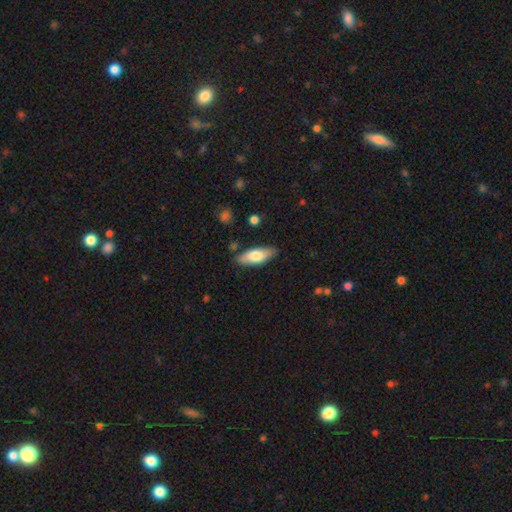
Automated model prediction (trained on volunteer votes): This is likely a smooth galaxy (70%). How rounded: likely in between (71%). Merging: clearly none (82%).